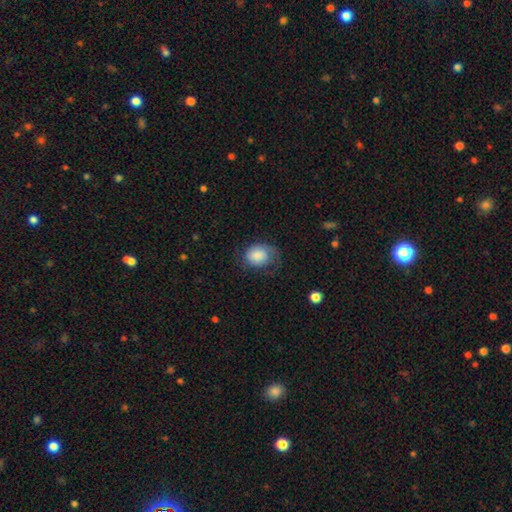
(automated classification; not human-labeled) Morphology: type=smooth (68%); roundness=in between (55%); merging=none (46%).